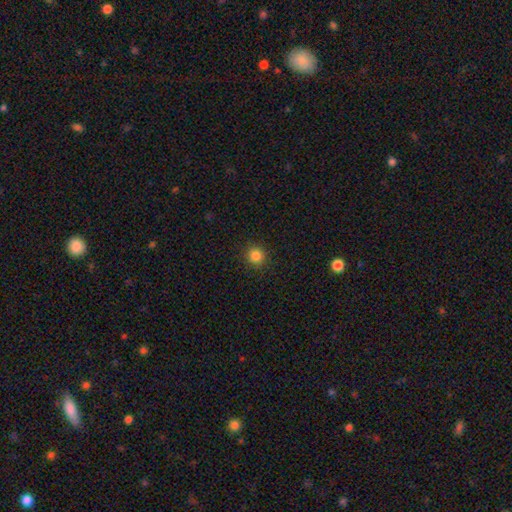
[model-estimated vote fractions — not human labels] smooth_or_featured: smooth (p=0.84) [alt: star or artifact p=0.12]
how_rounded: round (p=0.94) [alt: in between p=0.05]
merging: none (p=0.92) [alt: minor disturbance p=0.05]